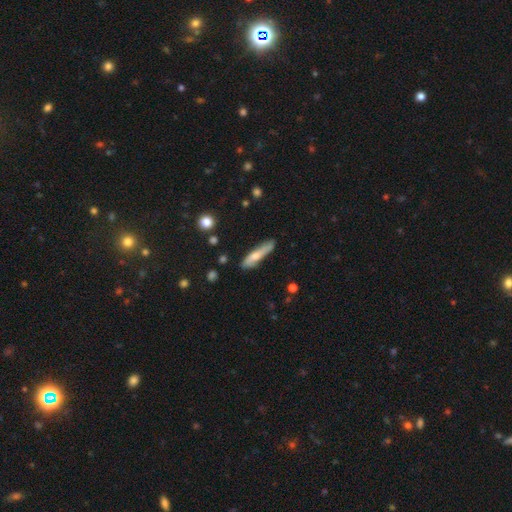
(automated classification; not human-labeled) smooth-or-featured: smooth: 62% | featured or disk: 32% | star or artifact: 6%
  how-rounded: cigar-shaped: 82% | in between: 16% | round: 2%
  merging: none: 72% | minor disturbance: 21% | major disturbance: 4% | merger: 3%